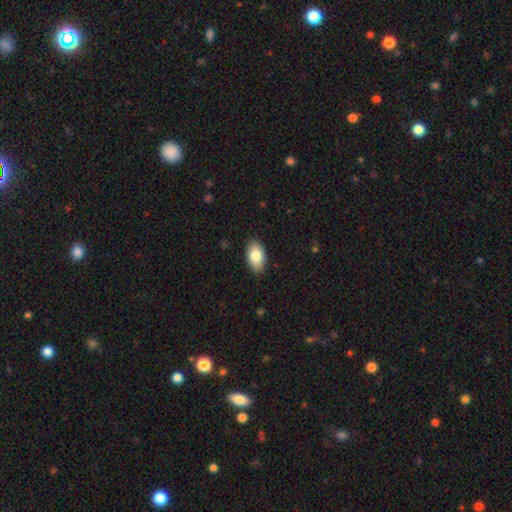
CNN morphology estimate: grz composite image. It shows a smooth galaxy with no disk features (83%) that is in between round and cigar-shaped (93%). Merging: none (88%).